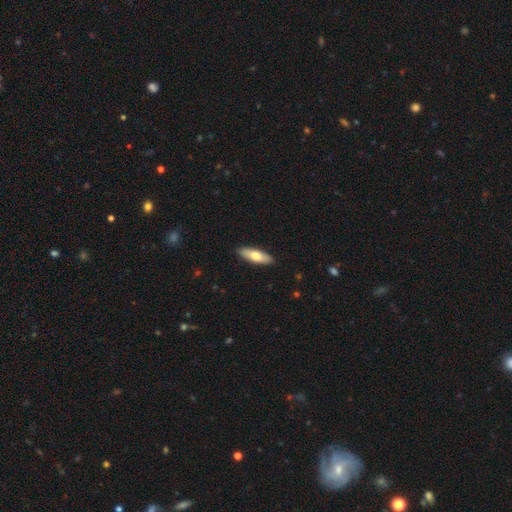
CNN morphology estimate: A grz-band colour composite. It shows a smooth galaxy with no disk features (68%) that is cigar-shaped (50%). Merging: none (90%).